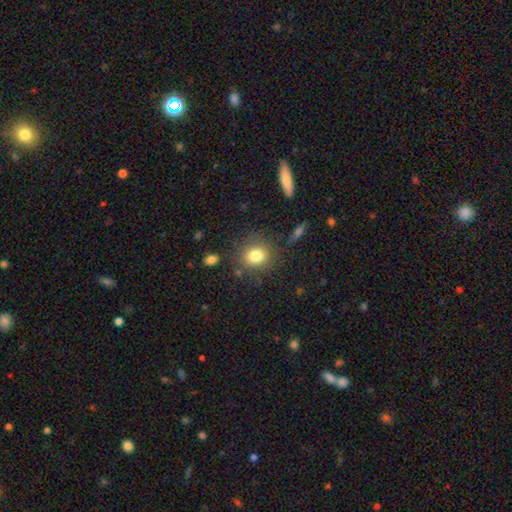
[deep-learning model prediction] smooth 81%, star or artifact 11%, featured or disk 8%. Down the decision tree: how rounded — round (77%); merging — none (81%).